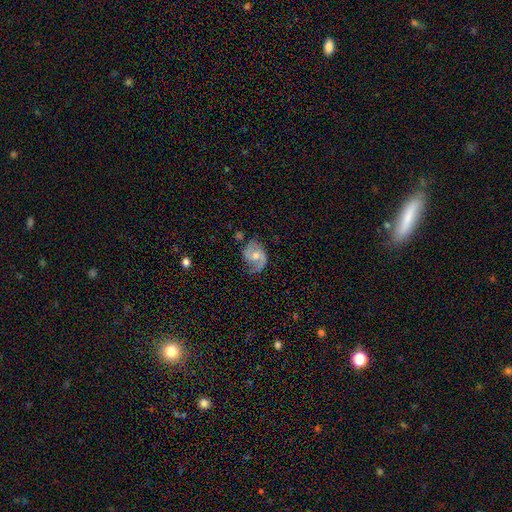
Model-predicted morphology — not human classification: featured or disk 82%, smooth 11%, star or artifact 6%. Down the decision tree: edge-on disk — no (98%); bar — no (56%); spiral arms — yes (95%); spiral arm count — 2 (73%); spiral winding — medium (47%); bulge size — moderate (62%); merging — none (64%).